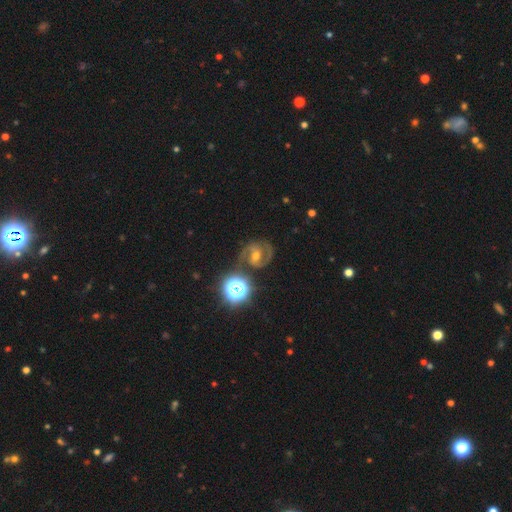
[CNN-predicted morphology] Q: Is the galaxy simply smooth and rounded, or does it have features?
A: featured or disk — 84%.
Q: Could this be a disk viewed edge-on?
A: no — 98%.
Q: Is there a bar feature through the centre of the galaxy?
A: weak — 45%.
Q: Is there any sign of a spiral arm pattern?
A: yes — 97%.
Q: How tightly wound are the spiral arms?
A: medium — 57%.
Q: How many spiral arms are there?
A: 2 — 91%.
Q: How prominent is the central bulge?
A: moderate — 63%.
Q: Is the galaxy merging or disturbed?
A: none — 79%.